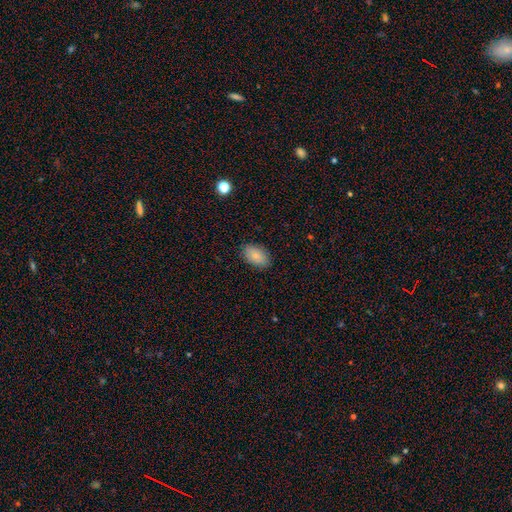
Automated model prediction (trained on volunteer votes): Morphology: type=smooth (85%); roundness=in between (91%); merging=none (86%).